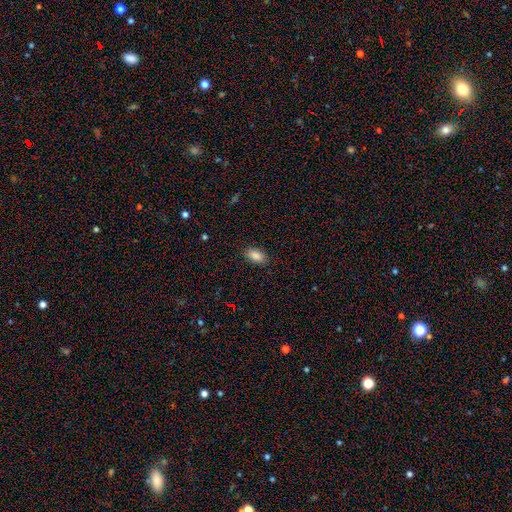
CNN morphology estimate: A smooth galaxy with no disk features (87%) that is in between round and cigar-shaped (91%). Merging: none (87%).